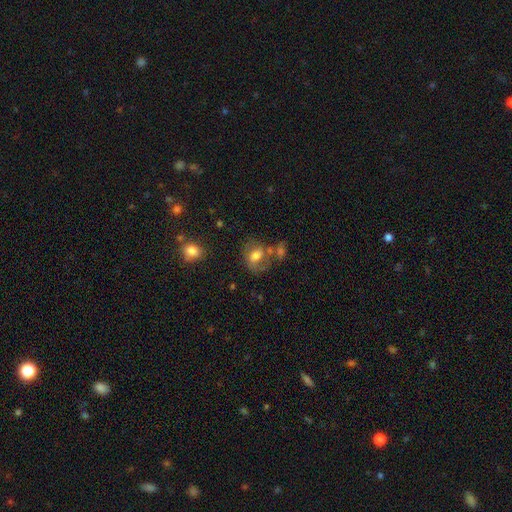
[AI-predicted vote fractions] smooth 59%, featured or disk 31%, star or artifact 10%. Down the decision tree: how rounded — in between (59%); merging — none (43%).